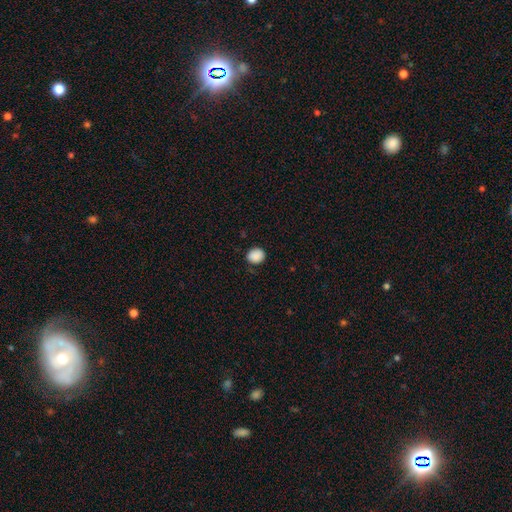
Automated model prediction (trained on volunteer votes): This is clearly a smooth galaxy (89%). How rounded: likely round (76%). Merging: clearly none (82%).